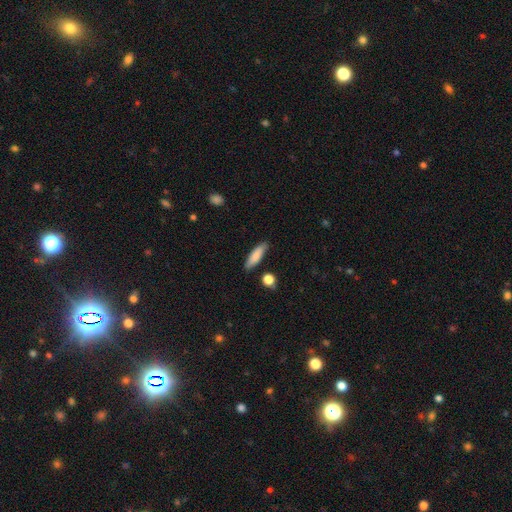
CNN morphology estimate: smooth_or_featured: smooth (p=0.83) [alt: featured or disk p=0.11]
how_rounded: cigar-shaped (p=0.58) [alt: in between p=0.40]
merging: none (p=0.83) [alt: minor disturbance p=0.12]